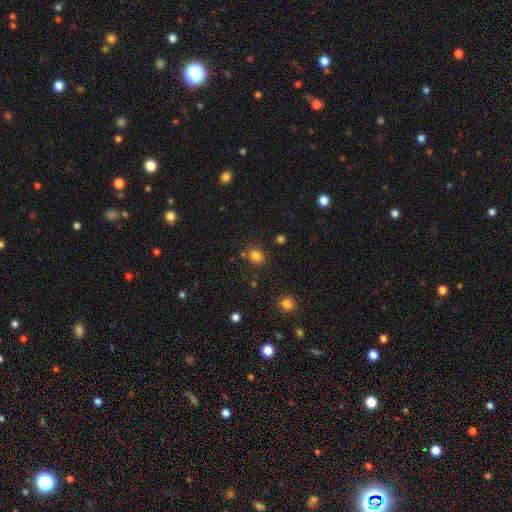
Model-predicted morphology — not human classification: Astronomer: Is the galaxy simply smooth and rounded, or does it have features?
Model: smooth — 81%.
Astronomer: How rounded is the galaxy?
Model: round — 83%.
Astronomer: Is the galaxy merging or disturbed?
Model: none — 81%.